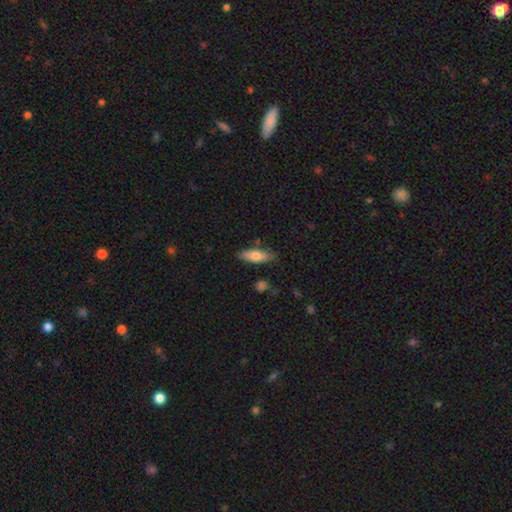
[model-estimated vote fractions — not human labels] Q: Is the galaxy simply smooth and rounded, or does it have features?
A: smooth — 75%.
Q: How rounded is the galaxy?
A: in between — 66%.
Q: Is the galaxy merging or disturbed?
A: none — 80%.